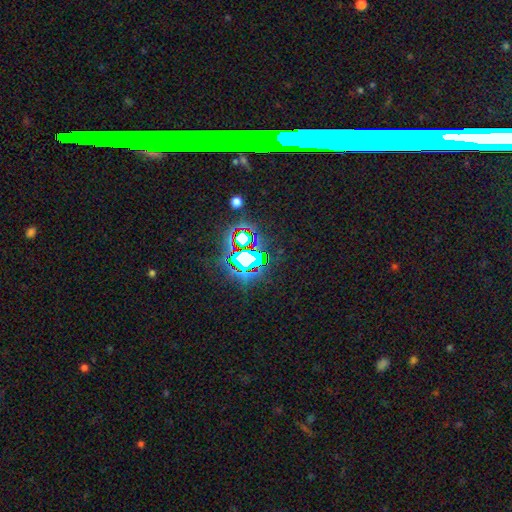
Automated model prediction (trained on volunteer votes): A star or artifact, not a galaxy (72%).

Vote fractions:
- Smooth or featured? star or artifact: 72% / featured or disk: 14% / smooth: 14%